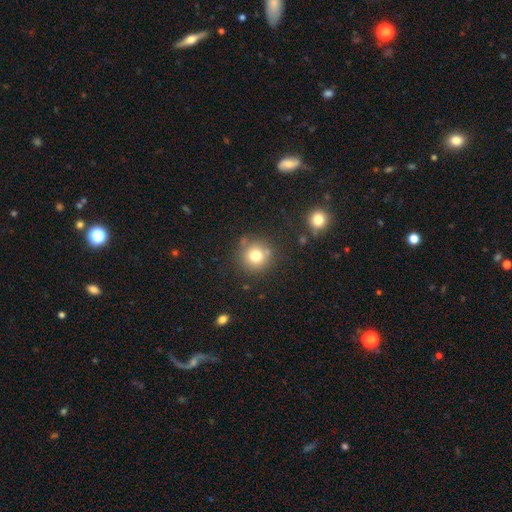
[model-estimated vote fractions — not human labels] The model was most divided on "smooth or featured": smooth: 77%, star or artifact: 13%, featured or disk: 11%. More confident: how rounded — round (93%); merging — none (77%).